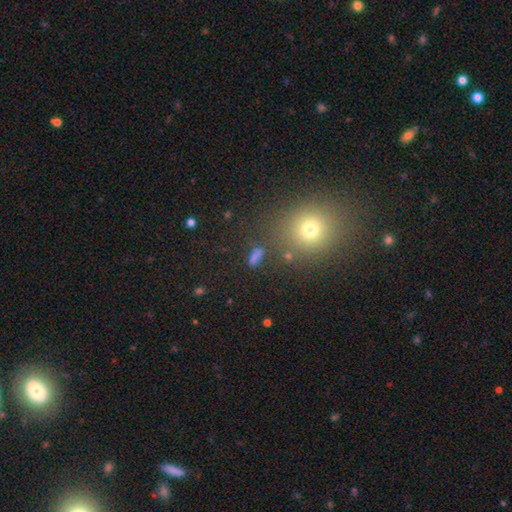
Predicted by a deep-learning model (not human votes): Smooth or featured? Predicted: smooth (p=0.56). How rounded? Predicted: round (p=0.70). Merging? Predicted: none (p=0.80).